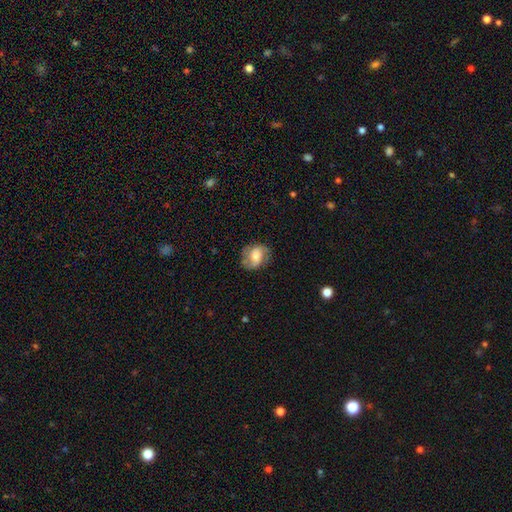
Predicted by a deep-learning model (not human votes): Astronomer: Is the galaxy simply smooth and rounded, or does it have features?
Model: featured or disk — 51% (runner-up: smooth, 40%).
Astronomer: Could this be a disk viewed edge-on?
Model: no — 97%.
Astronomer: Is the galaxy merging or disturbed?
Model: none — 67%.